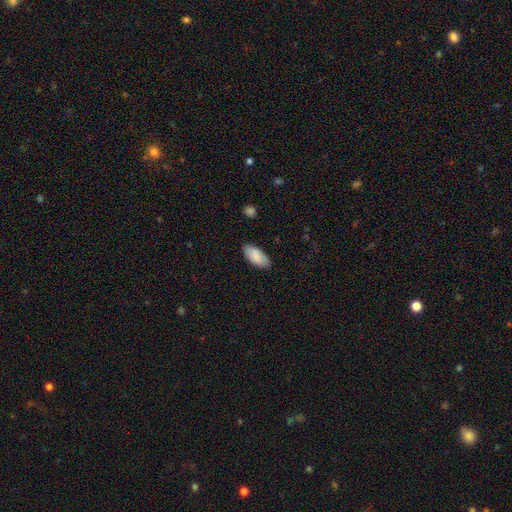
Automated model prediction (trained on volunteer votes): Morphology: type=smooth (84%); roundness=in between (91%); merging=none (84%).